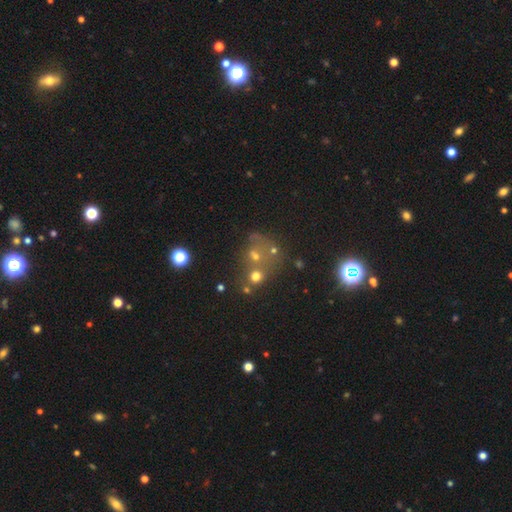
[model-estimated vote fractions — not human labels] Q: Smooth or featured?
A: smooth (43%); runner-up: star or artifact (38%)
Q: Merging?
A: merger (40%); tied with: none (40%)